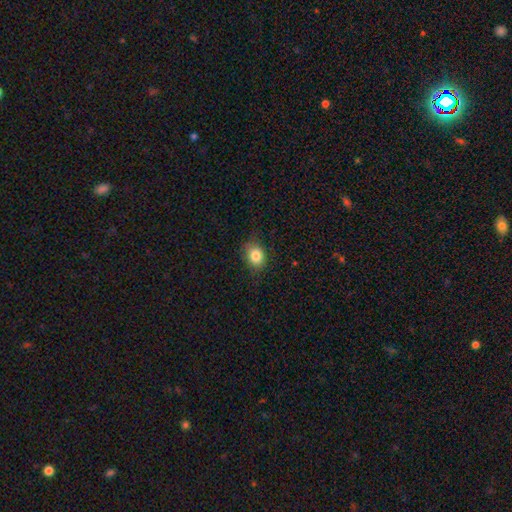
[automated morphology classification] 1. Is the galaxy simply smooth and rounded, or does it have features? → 83% smooth, 10% star or artifact, 7% featured or disk.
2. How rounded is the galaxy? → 49% round (tied), 49% in between (tied), 1% cigar-shaped.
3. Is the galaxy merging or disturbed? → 77% none, 18% minor disturbance, 4% major disturbance, 1% merger.